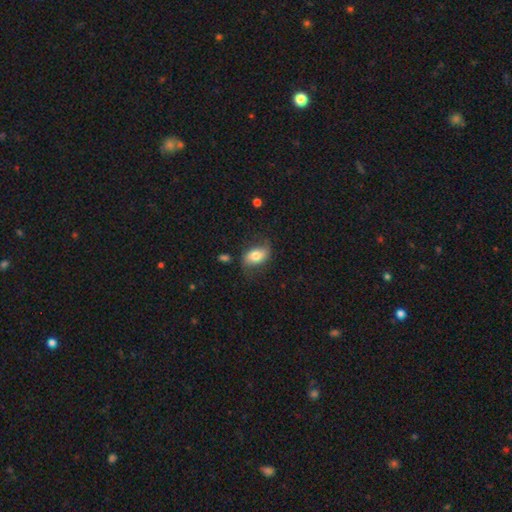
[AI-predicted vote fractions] A smooth galaxy with no disk features (60%) that is in between round and cigar-shaped (88%). Merging: none (65%).